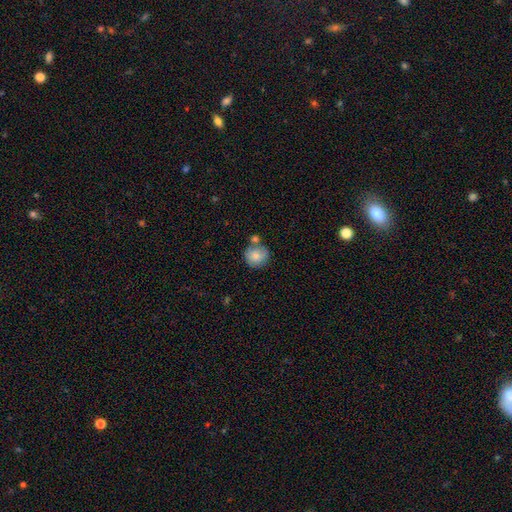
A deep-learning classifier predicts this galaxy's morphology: Smooth or featured?
  - smooth: 79% *
  - featured or disk: 14%
  - star or artifact: 7%
How rounded?
  - round: 89% *
  - in between: 10%
  - cigar-shaped: 1%
Merging?
  - none: 59% *
  - merger: 19%
  - minor disturbance: 17%
  - major disturbance: 5%